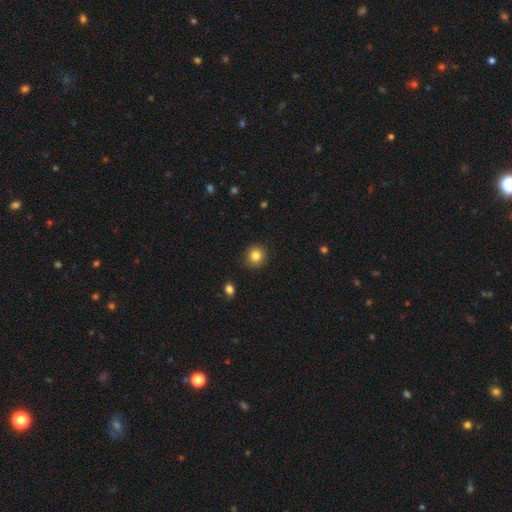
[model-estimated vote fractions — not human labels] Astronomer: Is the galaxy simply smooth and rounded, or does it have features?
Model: smooth — 83%.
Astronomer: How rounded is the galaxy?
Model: round — 89%.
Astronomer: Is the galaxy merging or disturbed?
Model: none — 90%.